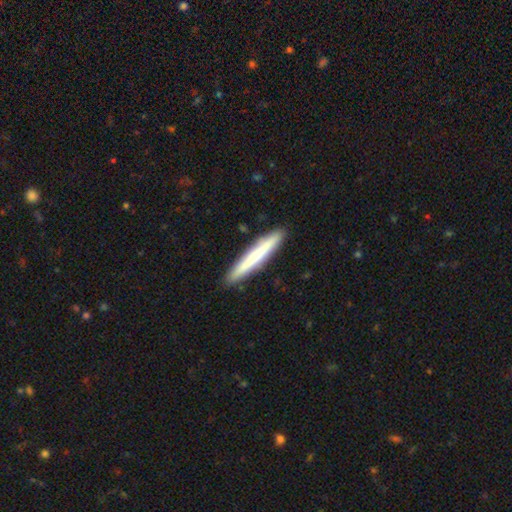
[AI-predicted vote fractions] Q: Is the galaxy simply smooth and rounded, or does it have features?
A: smooth — 63%.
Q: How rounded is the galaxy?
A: cigar-shaped — 96%.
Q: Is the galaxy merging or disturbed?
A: none — 91%.